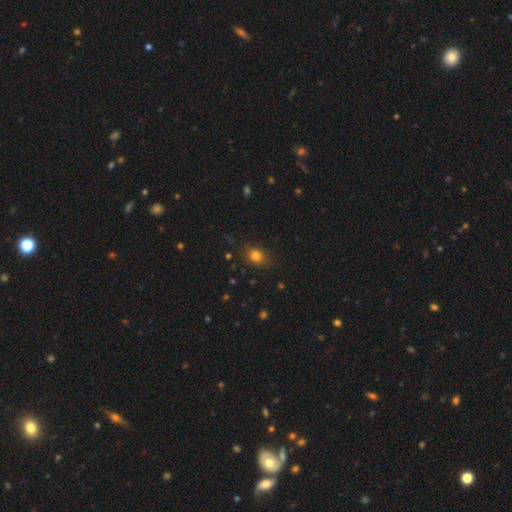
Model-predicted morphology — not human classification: Overall: smooth (81%). How rounded: round (51%; in between 47%). Merging: none (82%).